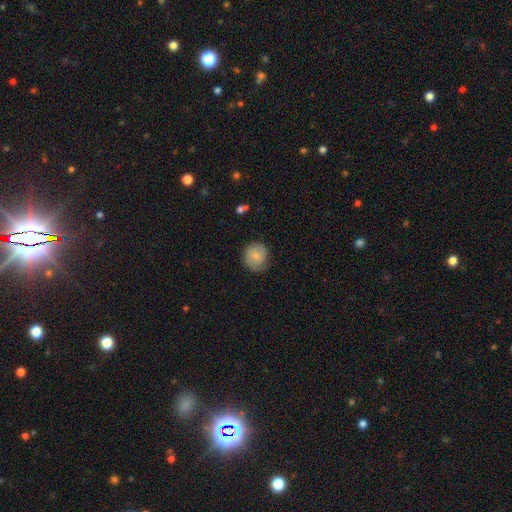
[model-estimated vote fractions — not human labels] Smooth or featured?
  - smooth: 73% *
  - featured or disk: 19%
  - star or artifact: 7%
How rounded?
  - round: 85% *
  - in between: 15%
  - cigar-shaped: 1%
Merging?
  - none: 71% *
  - minor disturbance: 23%
  - major disturbance: 5%
  - merger: 1%